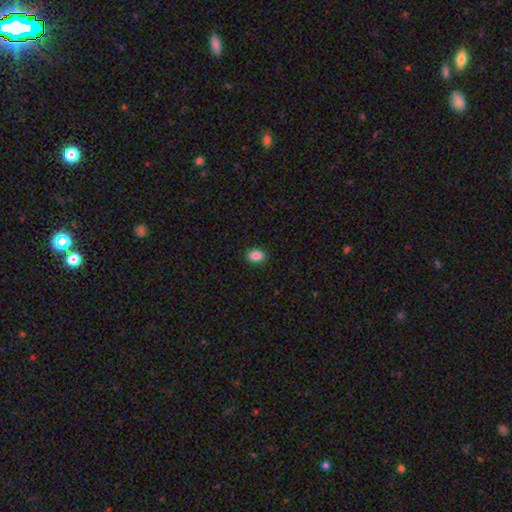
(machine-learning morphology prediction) This appears to be a smooth galaxy with no disk features (89%) that is in between round and cigar-shaped (80%). Merging: none (90%).